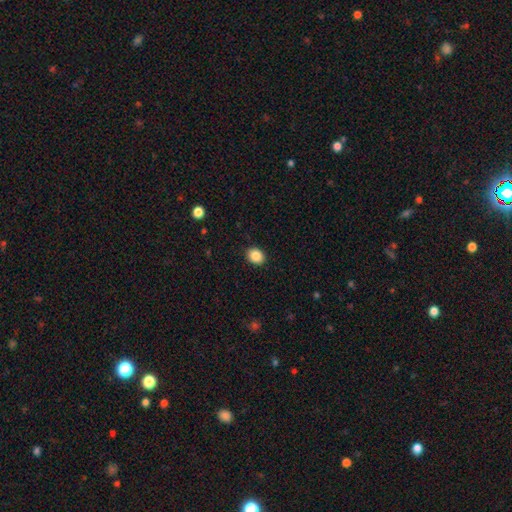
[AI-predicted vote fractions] Smooth or featured? Predicted: smooth (p=0.87). How rounded? Predicted: round (p=0.51). Merging? Predicted: none (p=0.91).